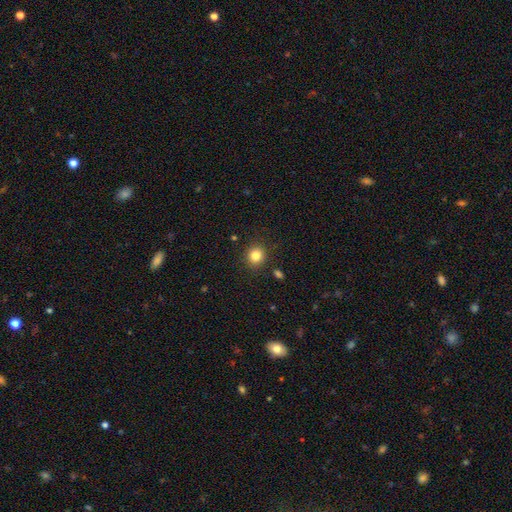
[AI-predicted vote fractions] Smooth or featured?
  - smooth: 83% *
  - star or artifact: 11%
  - featured or disk: 5%
How rounded?
  - round: 88% *
  - in between: 11%
  - cigar-shaped: 1%
Merging?
  - none: 89% *
  - minor disturbance: 7%
  - major disturbance: 2%
  - merger: 2%